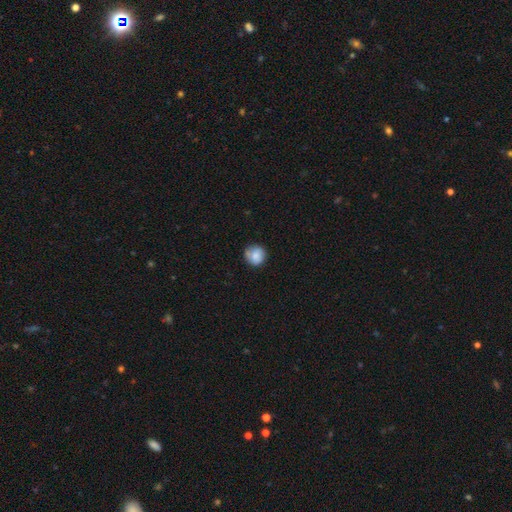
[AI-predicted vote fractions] smooth-or-featured: smooth: 79% | featured or disk: 13% | star or artifact: 8%
  how-rounded: round: 89% | in between: 10% | cigar-shaped: 1%
  merging: none: 71% | minor disturbance: 21% | major disturbance: 5% | merger: 2%